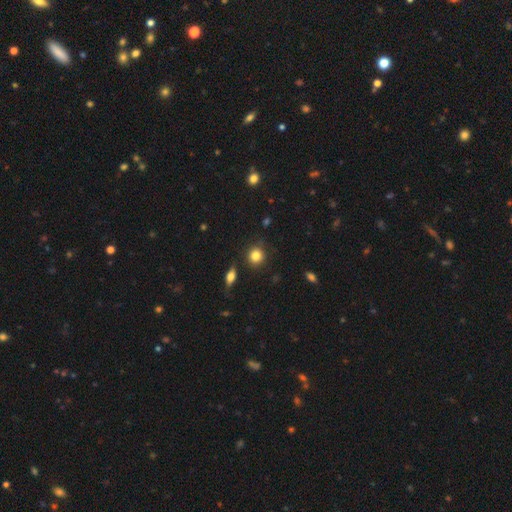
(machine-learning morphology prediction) A smooth galaxy with no disk features (83%) that is round (88%).

Vote fractions:
- Smooth or featured? smooth: 83% / star or artifact: 11% / featured or disk: 6%
- How rounded? round: 88% / in between: 11% / cigar-shaped: 1%
- Merging? none: 85% / minor disturbance: 10% / merger: 3% / major disturbance: 3%